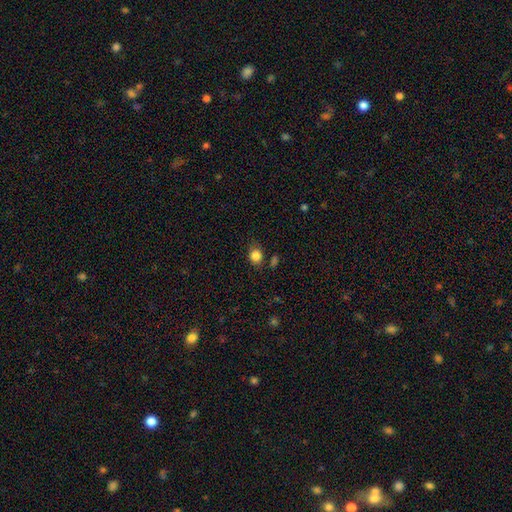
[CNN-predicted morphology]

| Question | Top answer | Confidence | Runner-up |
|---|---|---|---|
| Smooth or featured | smooth | 84% | star or artifact (11%) |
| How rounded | round | 60% | in between (39%) |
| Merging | none | 73% | minor disturbance (17%) |